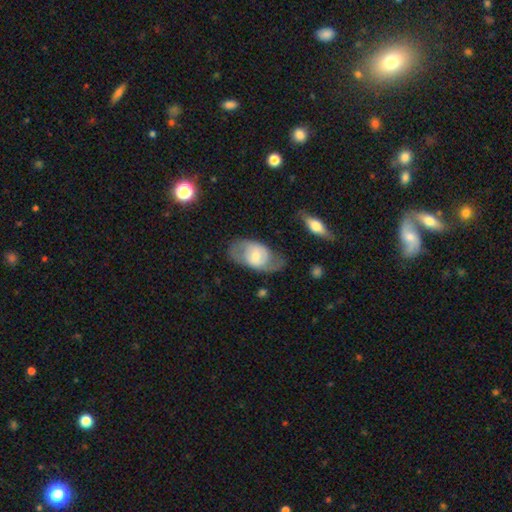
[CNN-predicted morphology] A featured or disk galaxy (56%) with no bar (50%), spiral arms (65%) and a moderate central bulge (49%).

Vote fractions:
- Smooth or featured? featured or disk: 56% / smooth: 38% / star or artifact: 6%
- Edge-on disk? no: 92% / yes: 8%
- Bar? no: 50% / weak: 38% / strong: 12%
- Spiral arms? yes: 65% / no: 35%
- Bulge size? moderate: 49% / small: 40% / large: 8% / none: 2% / dominant: 1%
- Merging? none: 61% / minor disturbance: 23% / major disturbance: 14% / merger: 3%